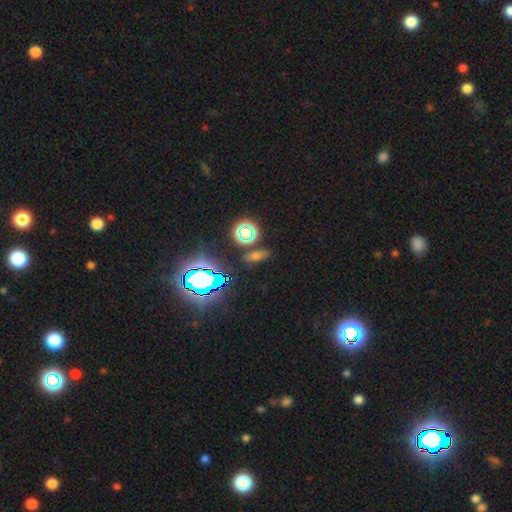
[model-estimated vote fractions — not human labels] Q: Smooth or featured?
A: smooth (42%); runner-up: star or artifact (41%)
Q: Merging?
A: none (80%); runner-up: minor disturbance (11%)